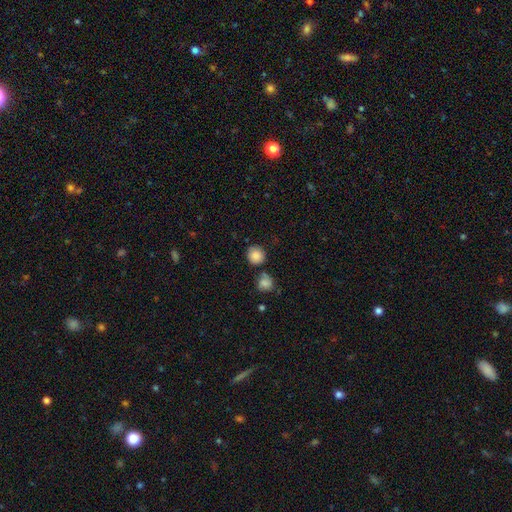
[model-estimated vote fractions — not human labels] Smooth or featured: smooth — 86% (star or artifact — 9%)
How rounded: round — 89% (in between — 10%)
Merging: none — 72% (minor disturbance — 13%)